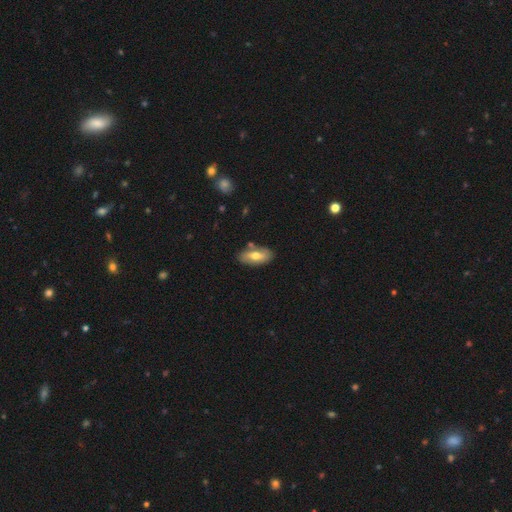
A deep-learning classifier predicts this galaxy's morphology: Overall: smooth (60%; featured or disk 34%). How rounded: in between (86%). Merging: none (77%).